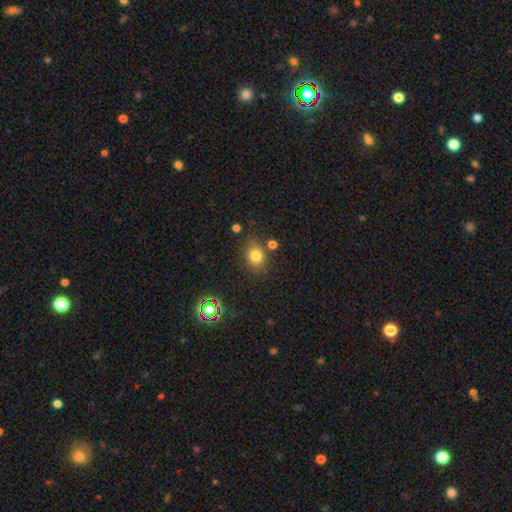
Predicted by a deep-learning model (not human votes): Smooth or featured? smooth (77%)
How rounded? round (56%)
Merging? none (74%)